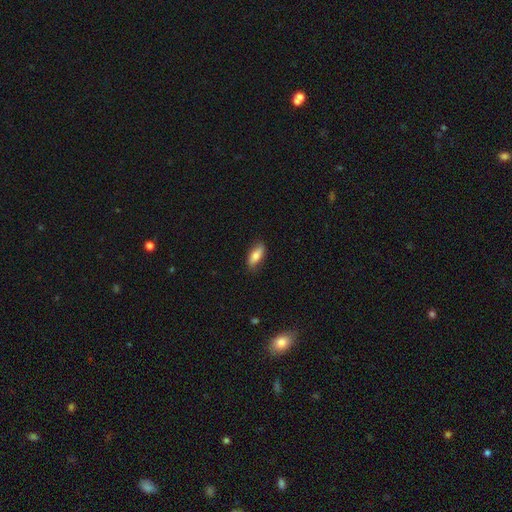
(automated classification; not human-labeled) A smooth galaxy with no disk features (80%) that is in between round and cigar-shaped (79%).

Vote fractions:
- Smooth or featured? smooth: 80% / featured or disk: 14% / star or artifact: 6%
- How rounded? in between: 79% / cigar-shaped: 19% / round: 3%
- Merging? none: 81% / minor disturbance: 16% / major disturbance: 3% / merger: 1%